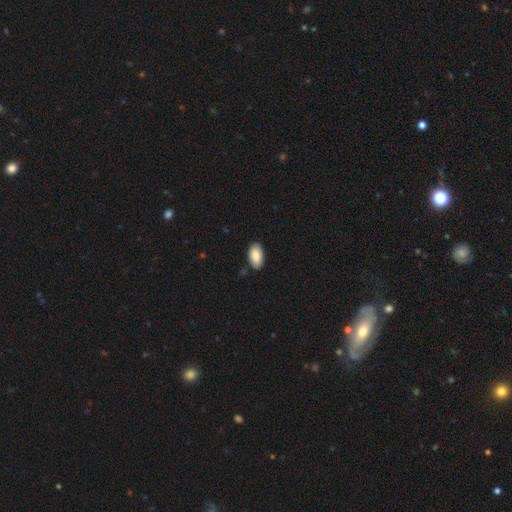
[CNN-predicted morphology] smooth-or-featured: smooth: 88% | star or artifact: 6% | featured or disk: 6%
  how-rounded: in between: 95% | round: 3% | cigar-shaped: 3%
  merging: none: 82% | minor disturbance: 14% | major disturbance: 2% | merger: 2%